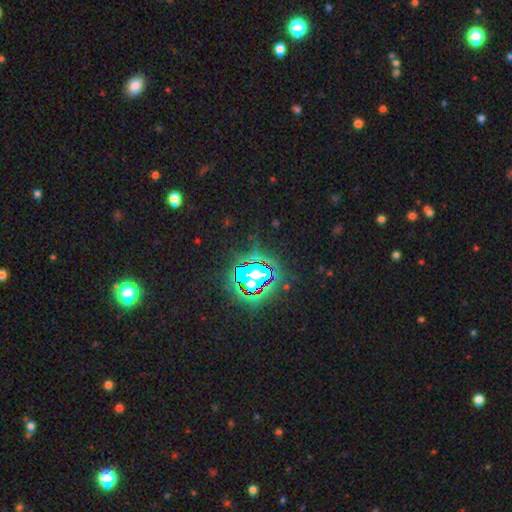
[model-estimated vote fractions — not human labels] A star or artifact, not a galaxy (75%).

Vote fractions:
- Smooth or featured? star or artifact: 75% / smooth: 14% / featured or disk: 11%